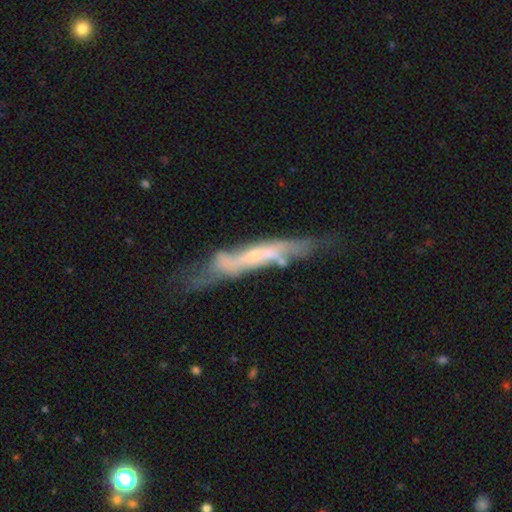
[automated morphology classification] Smooth or featured: featured or disk — 70% (smooth — 23%)
Edge-on disk: yes — 57% (no — 43%)
Merging: none — 47% (minor disturbance — 27%)